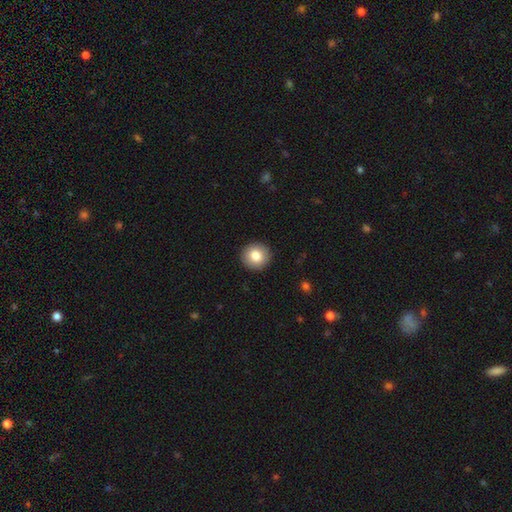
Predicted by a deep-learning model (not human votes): Overall: smooth (83%). How rounded: round (92%). Merging: none (92%).